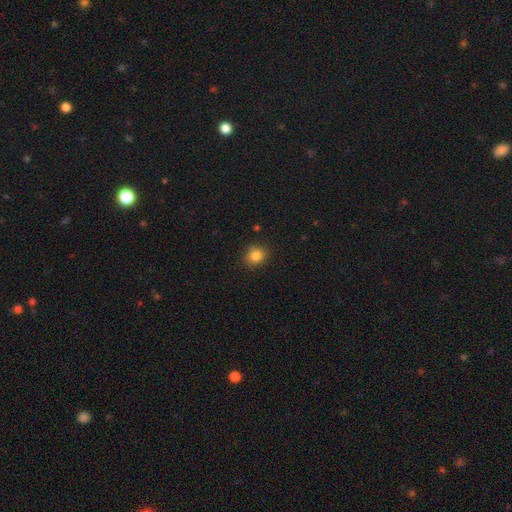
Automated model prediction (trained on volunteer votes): A smooth galaxy with no disk features (84%) that is round (76%).

Vote fractions:
- Smooth or featured? smooth: 84% / star or artifact: 11% / featured or disk: 5%
- How rounded? round: 76% / in between: 23% / cigar-shaped: 1%
- Merging? none: 84% / minor disturbance: 12% / major disturbance: 2% / merger: 1%